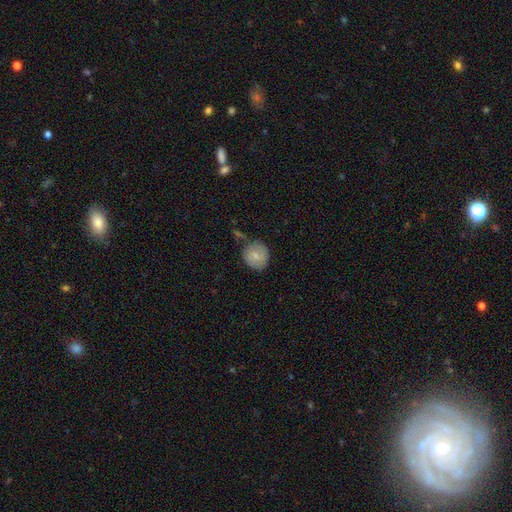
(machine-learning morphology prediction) A smooth galaxy with no disk features (75%) that is round (86%).

Vote fractions:
- Smooth or featured? smooth: 75% / featured or disk: 18% / star or artifact: 7%
- How rounded? round: 86% / in between: 13% / cigar-shaped: 1%
- Merging? none: 67% / minor disturbance: 20% / merger: 8% / major disturbance: 5%